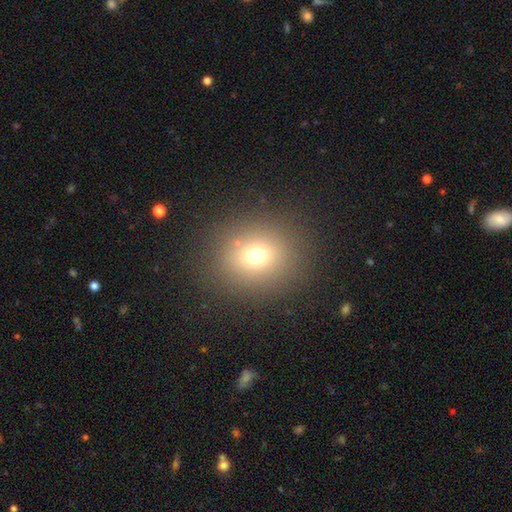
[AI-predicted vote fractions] Q: Smooth or featured?
A: smooth (70%); runner-up: star or artifact (18%)
Q: How rounded?
A: round (76%); runner-up: in between (23%)
Q: Merging?
A: none (86%); runner-up: minor disturbance (8%)